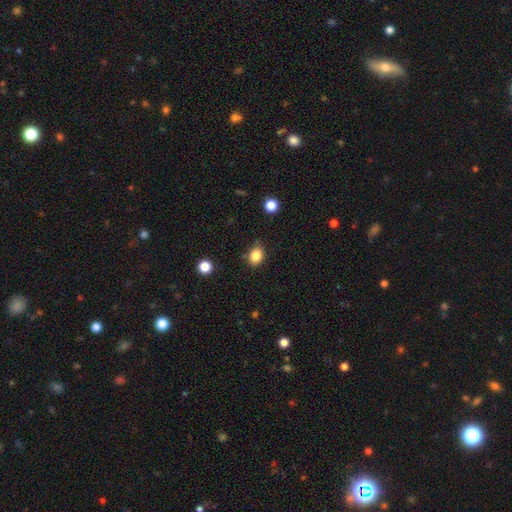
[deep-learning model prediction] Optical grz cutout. It shows a smooth galaxy with no disk features (84%) that is in between round and cigar-shaped (52%). Merging: none (80%).